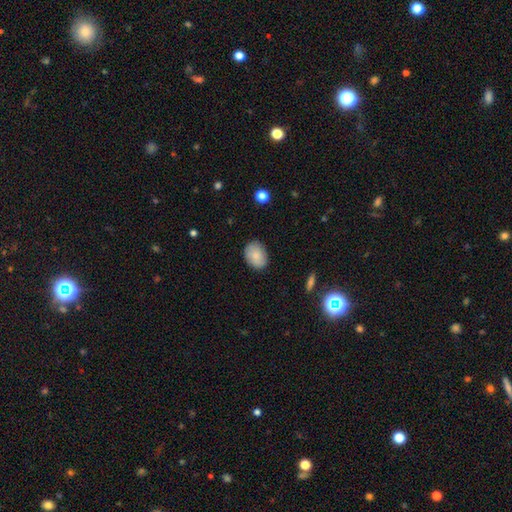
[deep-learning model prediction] A smooth galaxy with no disk features (84%) that is in between round and cigar-shaped (72%). Merging: none (84%).